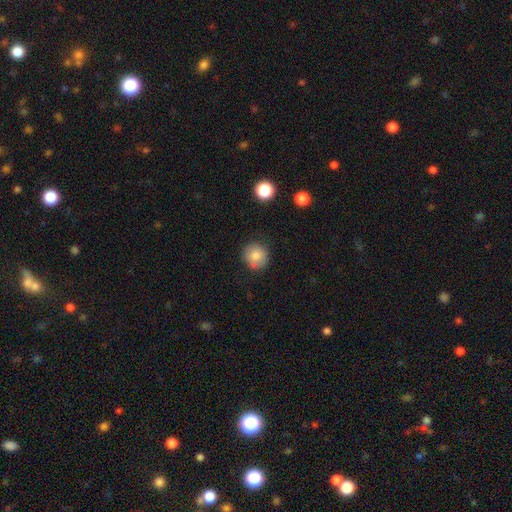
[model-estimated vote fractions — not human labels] Smooth or featured?
  - smooth: 82% *
  - featured or disk: 9%
  - star or artifact: 9%
How rounded?
  - round: 90% *
  - in between: 9%
  - cigar-shaped: 1%
Merging?
  - none: 83% *
  - minor disturbance: 13%
  - major disturbance: 3%
  - merger: 1%